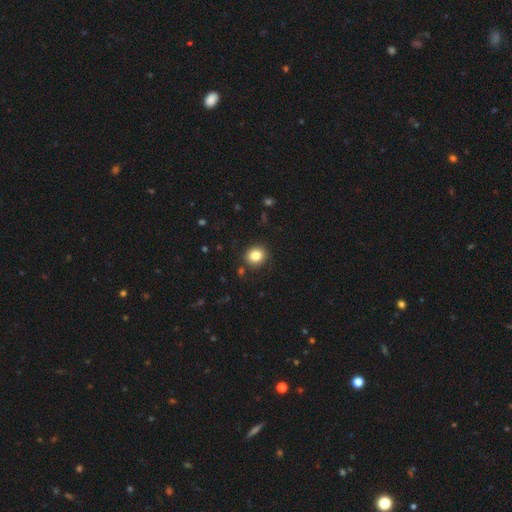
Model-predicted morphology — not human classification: Smooth or featured?
  - smooth: 82% *
  - star or artifact: 11%
  - featured or disk: 7%
How rounded?
  - round: 80% *
  - in between: 19%
  - cigar-shaped: 1%
Merging?
  - none: 89% *
  - minor disturbance: 7%
  - major disturbance: 2%
  - merger: 2%